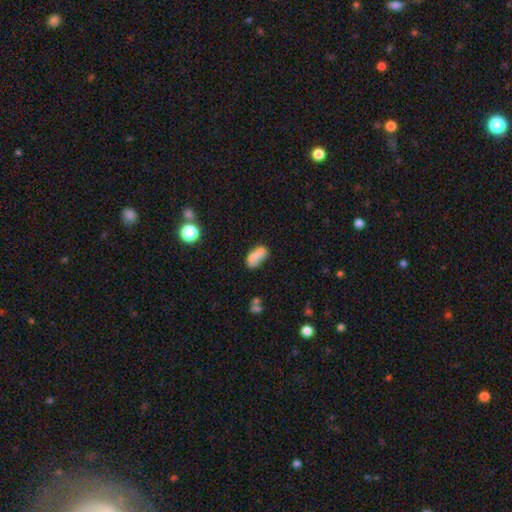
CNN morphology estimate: smooth 76%, featured or disk 14%, star or artifact 10%. Down the decision tree: how rounded — in between (84%); merging — none (50%).